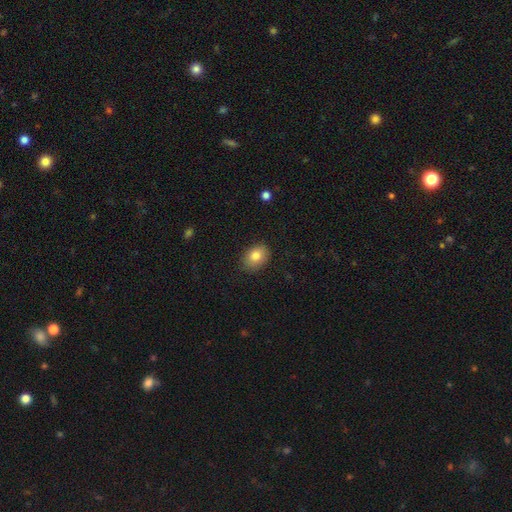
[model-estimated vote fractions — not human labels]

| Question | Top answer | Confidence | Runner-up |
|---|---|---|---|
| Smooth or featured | smooth | 83% | featured or disk (9%) |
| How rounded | in between | 69% | round (30%) |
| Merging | none | 85% | minor disturbance (11%) |